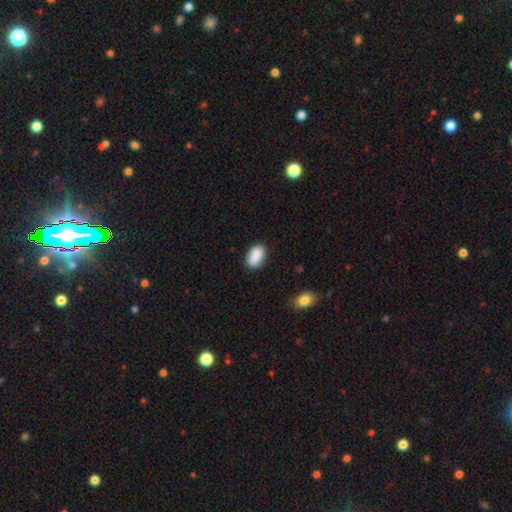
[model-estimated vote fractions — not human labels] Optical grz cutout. It shows a smooth galaxy with no disk features (88%) that is in between round and cigar-shaped (89%). Merging: none (84%).